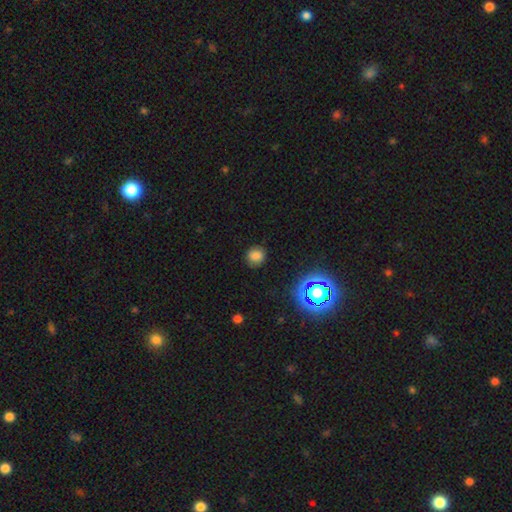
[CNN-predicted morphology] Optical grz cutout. It shows a smooth galaxy with no disk features (76%) that is round (81%). Merging: none (86%).